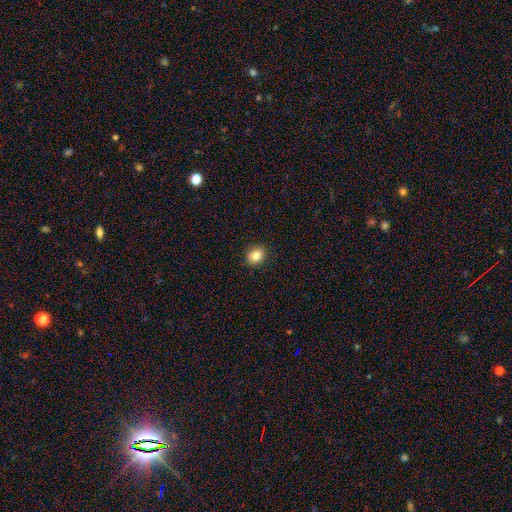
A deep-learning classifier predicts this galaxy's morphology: The model was most divided on "how rounded": round: 73%, in between: 26%, cigar-shaped: 1%. More confident: merging — none (91%); smooth or featured — smooth (83%).